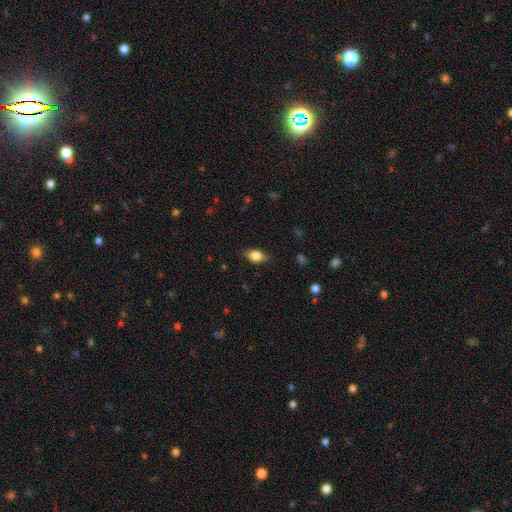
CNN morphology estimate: This appears to be a smooth galaxy with no disk features (77%) that is in between round and cigar-shaped (80%). Merging: none (79%).